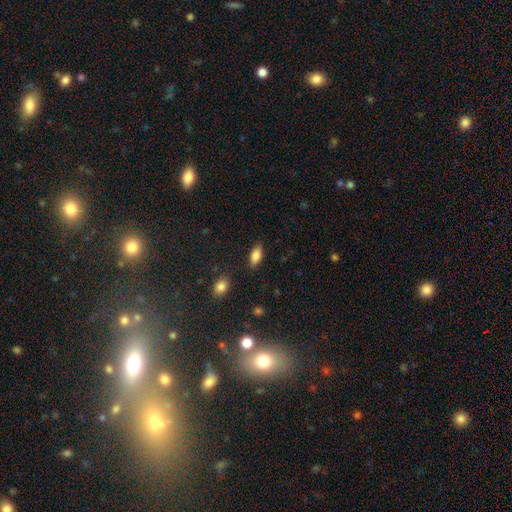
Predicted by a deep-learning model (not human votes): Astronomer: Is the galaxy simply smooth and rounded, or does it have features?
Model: smooth — 82%.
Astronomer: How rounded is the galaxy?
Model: in between — 87%.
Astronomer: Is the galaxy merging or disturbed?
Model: none — 83%.